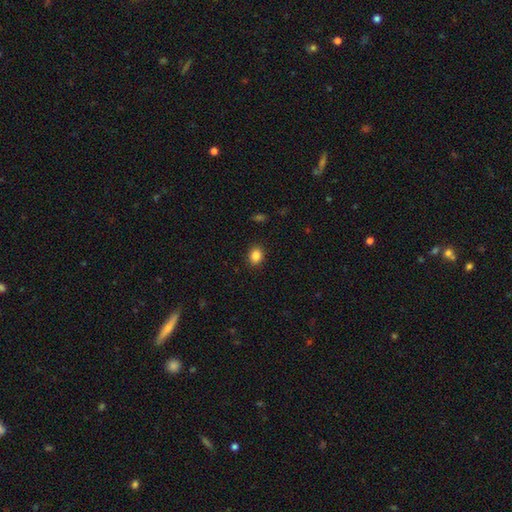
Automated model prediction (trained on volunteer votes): Q: Smooth or featured?
A: smooth (86%); runner-up: star or artifact (10%)
Q: How rounded?
A: round (54%); runner-up: in between (45%)
Q: Merging?
A: none (90%); runner-up: minor disturbance (7%)